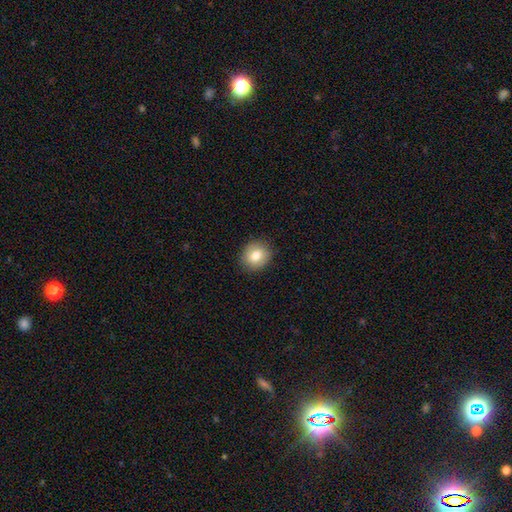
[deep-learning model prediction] smooth 79%, featured or disk 12%, star or artifact 9%. Down the decision tree: how rounded — round (77%); merging — none (89%).